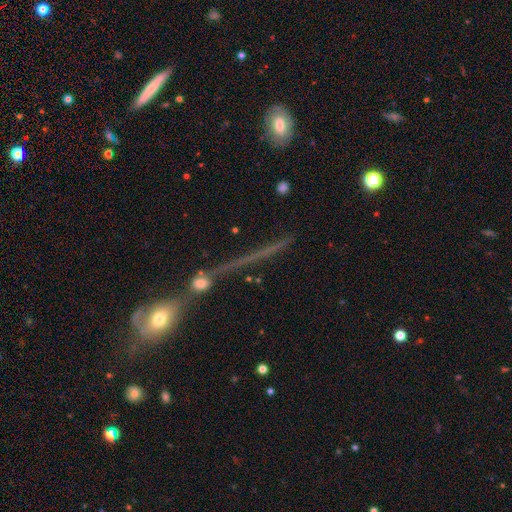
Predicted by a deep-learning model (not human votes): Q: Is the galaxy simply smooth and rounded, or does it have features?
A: featured or disk — 44%.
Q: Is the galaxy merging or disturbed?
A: none — 55%.